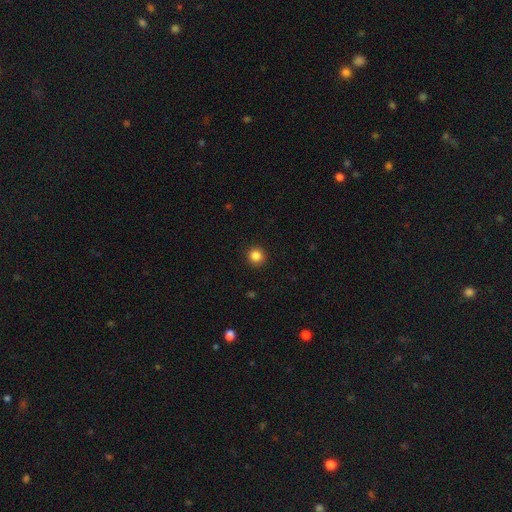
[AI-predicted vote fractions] A smooth galaxy with no disk features (85%) that is round (95%).

Vote fractions:
- Smooth or featured? smooth: 85% / star or artifact: 11% / featured or disk: 4%
- How rounded? round: 95% / in between: 4% / cigar-shaped: 1%
- Merging? none: 93% / minor disturbance: 4% / major disturbance: 2% / merger: 1%